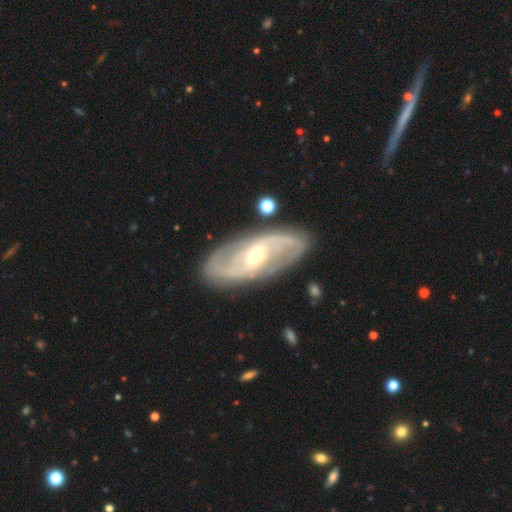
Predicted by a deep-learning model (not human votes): A featured or disk galaxy (86%) with a weak bar (43%), 2 (82%) medium (45%) spiral arms (94%) and a small central bulge (50%). Merging: none (84%).